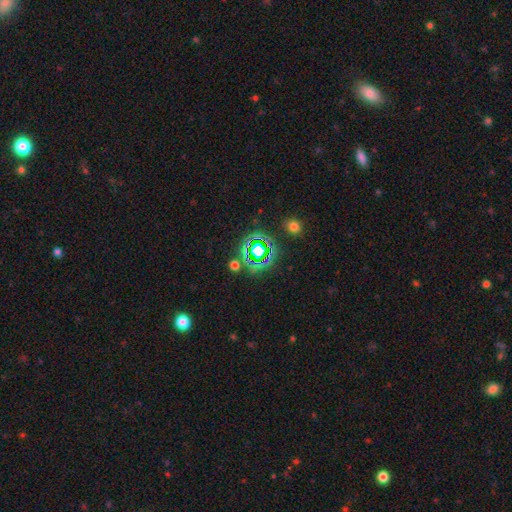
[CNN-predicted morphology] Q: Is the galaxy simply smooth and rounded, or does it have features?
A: star or artifact — 64%.